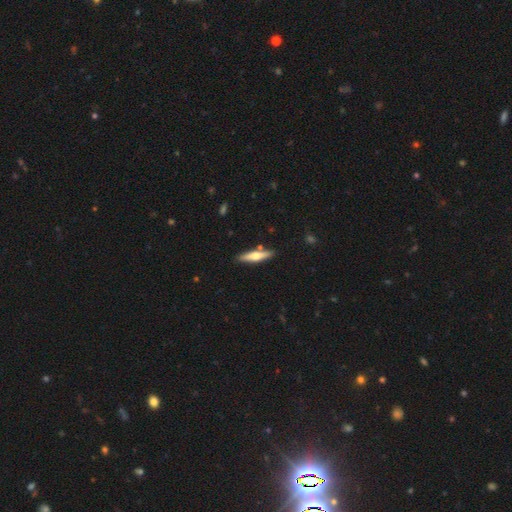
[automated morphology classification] Smooth or featured? featured or disk (49%)
Merging? none (86%)